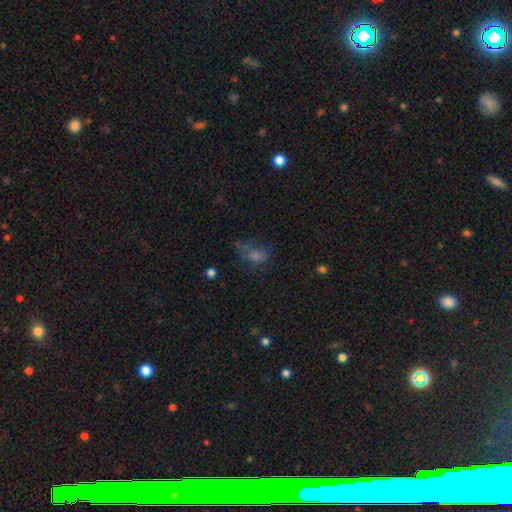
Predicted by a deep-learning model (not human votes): The model was most divided on "merging": none: 38%, major disturbance: 33%, minor disturbance: 24%, merger: 5%. More confident: how rounded — in between (74%); smooth or featured — smooth (54%).